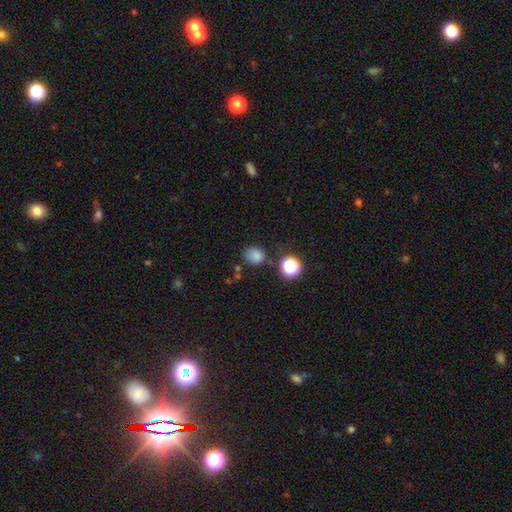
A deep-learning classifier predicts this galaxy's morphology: smooth 78%, star or artifact 16%, featured or disk 6%. Down the decision tree: how rounded — round (59%); merging — none (69%).